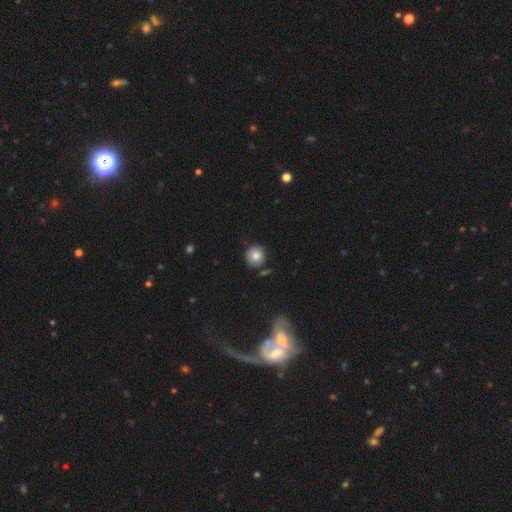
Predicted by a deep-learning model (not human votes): Q: Smooth or featured?
A: smooth (83%); runner-up: star or artifact (10%)
Q: How rounded?
A: round (92%); runner-up: in between (7%)
Q: Merging?
A: none (81%); runner-up: minor disturbance (11%)